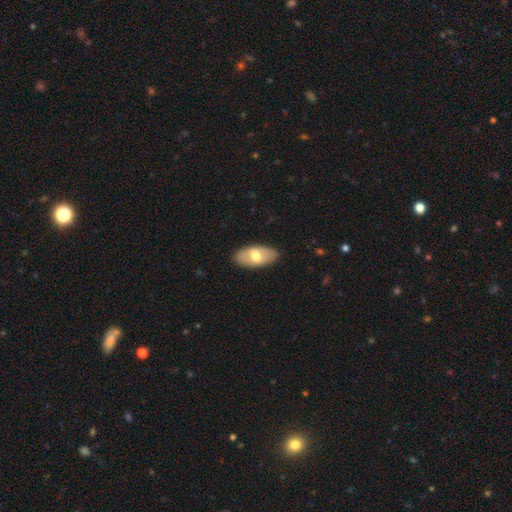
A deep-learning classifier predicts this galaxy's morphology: Overall: smooth (61%; featured or disk 34%). How rounded: in between (93%). Merging: none (87%).